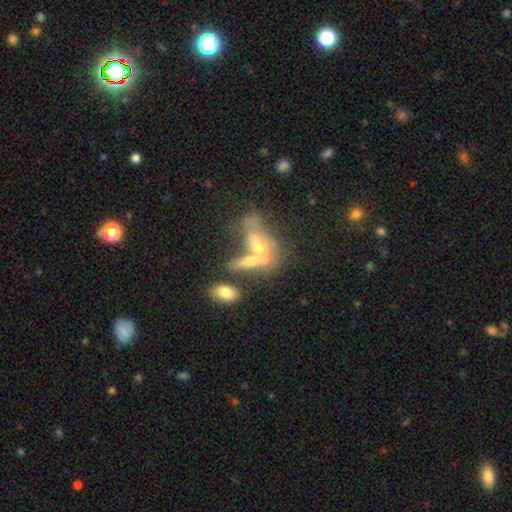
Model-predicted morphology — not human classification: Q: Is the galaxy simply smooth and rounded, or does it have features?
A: featured or disk — 49%.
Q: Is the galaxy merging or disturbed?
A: merger — 53%.